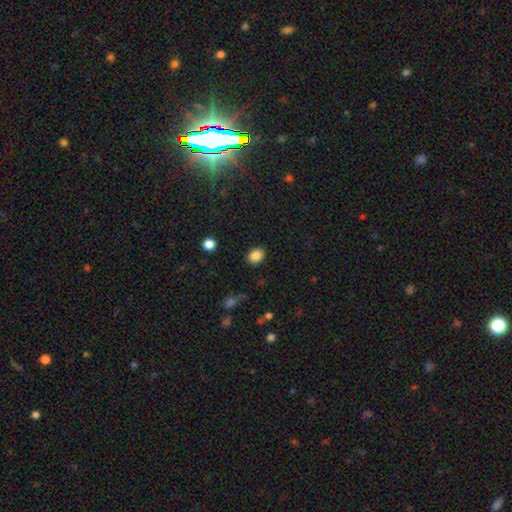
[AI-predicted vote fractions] This is clearly a smooth galaxy (87%). How rounded: likely in between (71%). Merging: clearly none (87%).